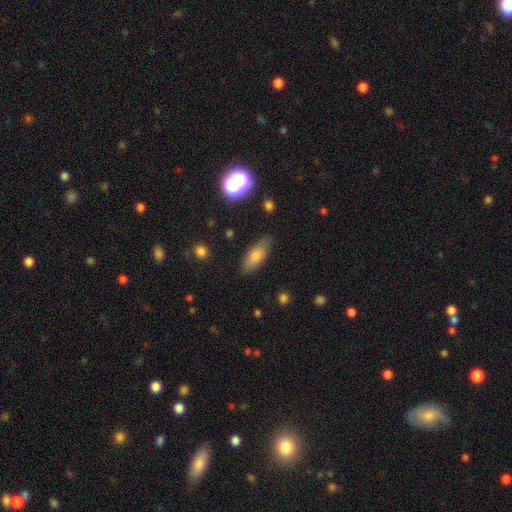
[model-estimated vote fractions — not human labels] This appears to be a smooth galaxy with no disk features (76%) that is in between round and cigar-shaped (76%). Merging: none (79%).